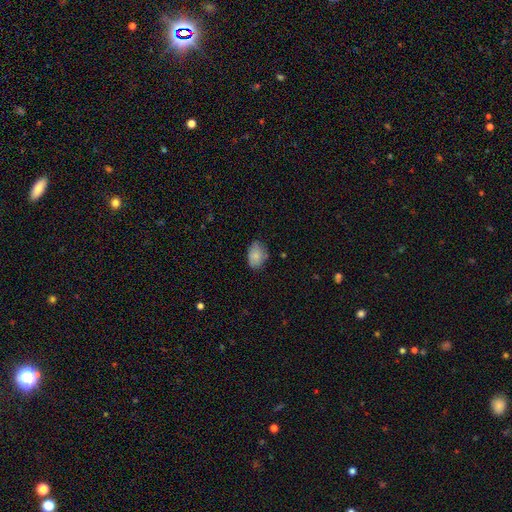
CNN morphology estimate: Smooth or featured?
  - smooth: 83% *
  - featured or disk: 9%
  - star or artifact: 7%
How rounded?
  - in between: 84% *
  - round: 15%
  - cigar-shaped: 1%
Merging?
  - none: 71% *
  - minor disturbance: 23%
  - major disturbance: 4%
  - merger: 1%